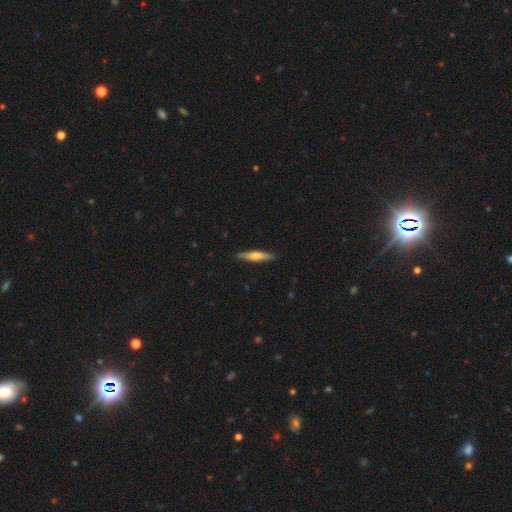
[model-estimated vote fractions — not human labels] Smooth or featured? smooth (56%)
How rounded? cigar-shaped (86%)
Merging? none (89%)